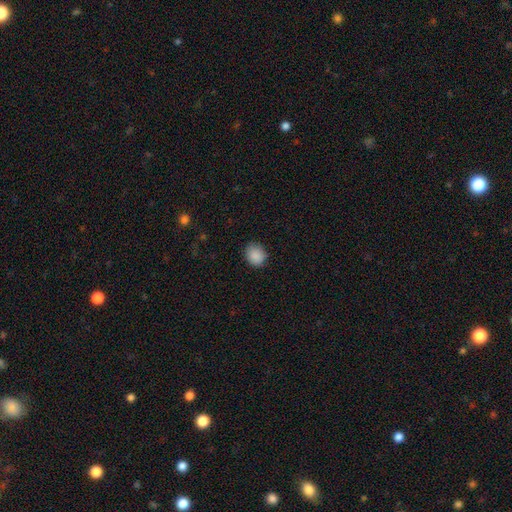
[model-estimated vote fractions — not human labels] A smooth galaxy with no disk features (89%) that is round (70%).

Vote fractions:
- Smooth or featured? smooth: 89% / star or artifact: 8% / featured or disk: 3%
- How rounded? round: 70% / in between: 29% / cigar-shaped: 1%
- Merging? none: 82% / minor disturbance: 14% / major disturbance: 3% / merger: 1%